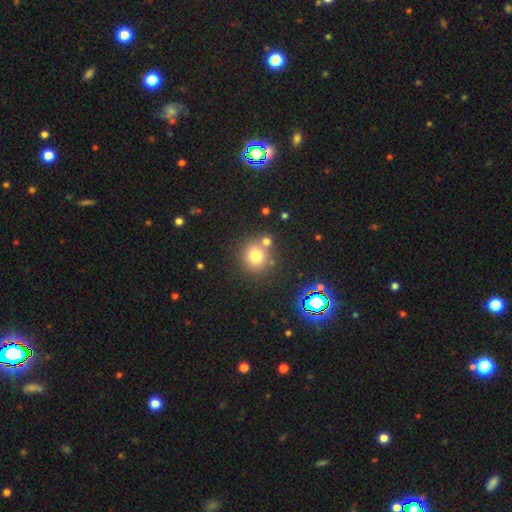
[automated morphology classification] Smooth or featured: smooth — 74% (star or artifact — 17%)
How rounded: round — 90% (in between — 9%)
Merging: none — 67% (merger — 21%)